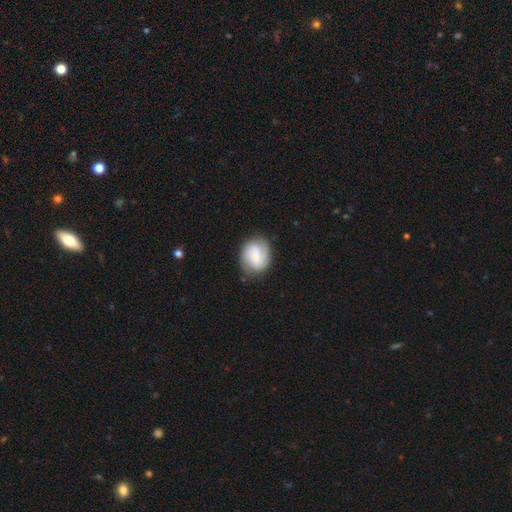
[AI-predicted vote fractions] Overall: featured or disk (67%; smooth 27%). Edge-on disk: no (98%). Bar: no (46%; weak 44%). Spiral arms: yes (92%). Spiral arm count: 2 (75%). Spiral winding: medium (44%; tight 37%). Bulge size: small (52%; moderate 43%). Merging: none (79%).